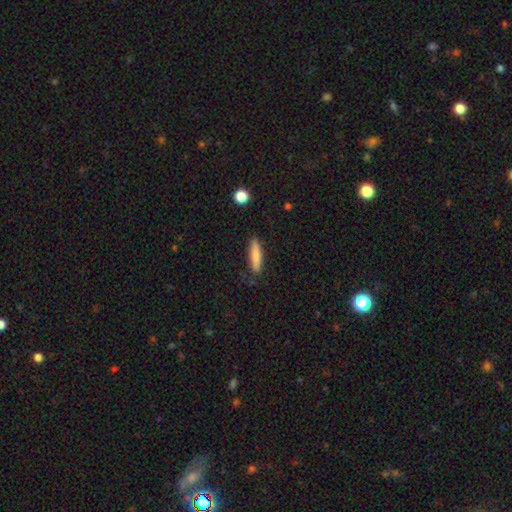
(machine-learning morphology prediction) This appears to be a smooth galaxy with no disk features (80%) that is cigar-shaped (81%). Merging: none (85%).